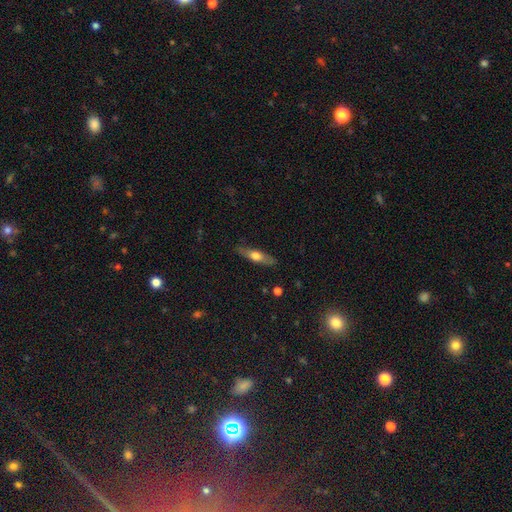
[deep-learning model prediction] smooth_or_featured: smooth (p=0.50) [alt: featured or disk p=0.44]
how_rounded: cigar-shaped (p=0.70) [alt: in between p=0.28]
merging: none (p=0.85) [alt: minor disturbance p=0.12]